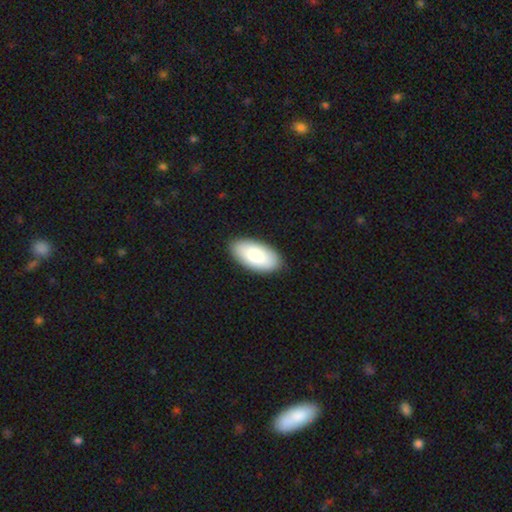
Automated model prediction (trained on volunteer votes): Smooth or featured? smooth (82%)
How rounded? in between (95%)
Merging? none (89%)